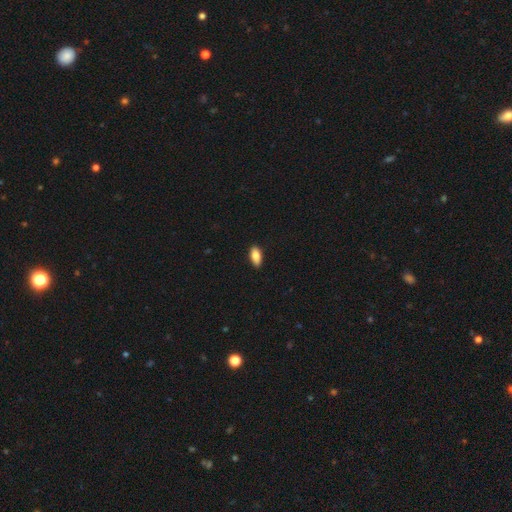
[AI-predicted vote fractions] Smooth or featured: smooth — 84% (featured or disk — 9%)
How rounded: in between — 89% (cigar-shaped — 8%)
Merging: none — 89% (minor disturbance — 9%)